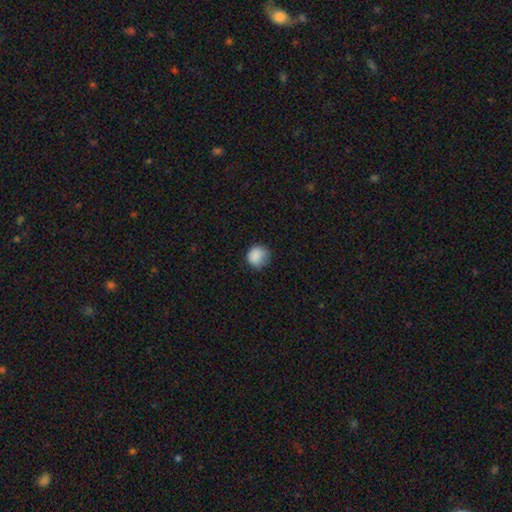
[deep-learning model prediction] The model was most divided on "merging": none: 73%, minor disturbance: 22%, major disturbance: 5%, merger: 1%. More confident: smooth or featured — smooth (87%); how rounded — round (86%).